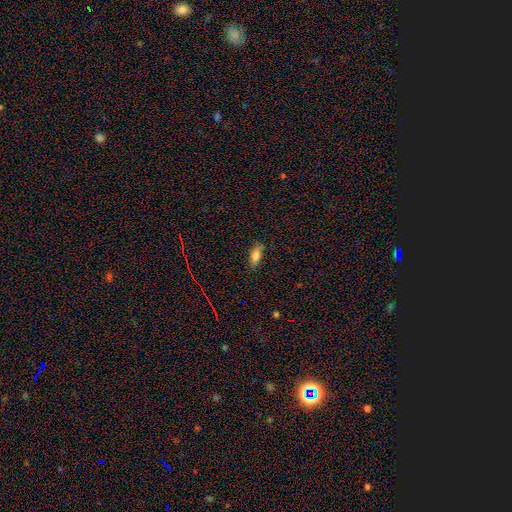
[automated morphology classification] A smooth galaxy with no disk features (81%) that is in between round and cigar-shaped (85%). Merging: none (83%).